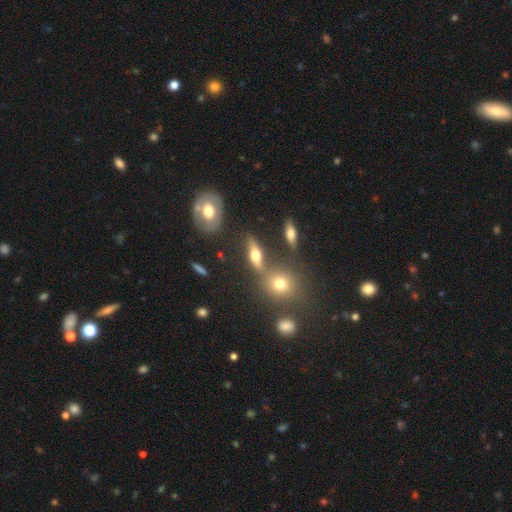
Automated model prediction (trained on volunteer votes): Smooth or featured: smooth — 45% (featured or disk — 41%)
Merging: none — 63% (merger — 16%)